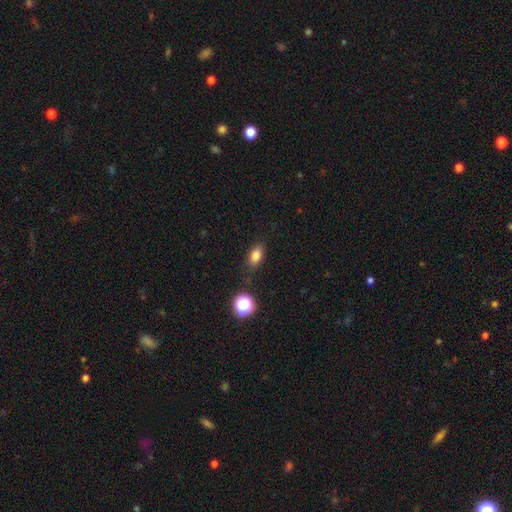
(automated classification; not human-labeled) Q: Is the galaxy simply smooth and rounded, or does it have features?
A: smooth — 80%.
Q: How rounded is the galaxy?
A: in between — 81%.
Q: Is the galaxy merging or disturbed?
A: none — 83%.